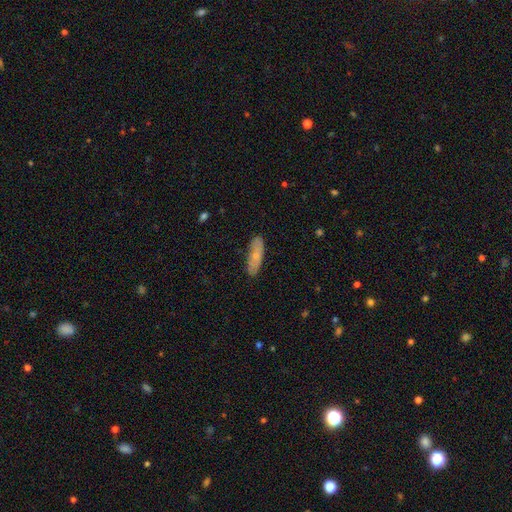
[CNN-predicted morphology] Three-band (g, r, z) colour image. It shows a smooth galaxy with no disk features (63%) that is in between round and cigar-shaped (51%). Merging: none (84%).